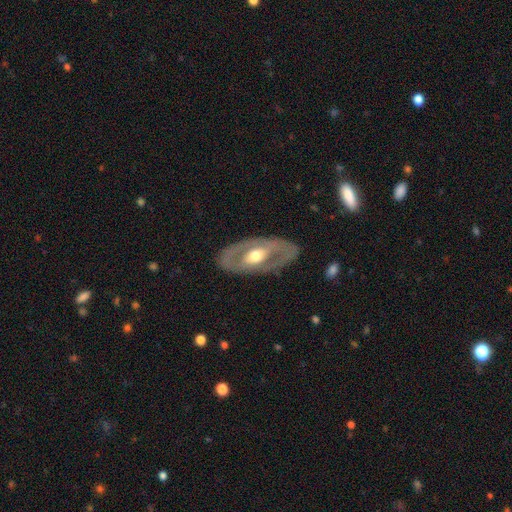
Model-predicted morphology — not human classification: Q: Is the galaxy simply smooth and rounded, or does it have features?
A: featured or disk — 70%.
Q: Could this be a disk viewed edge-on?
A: no — 87%.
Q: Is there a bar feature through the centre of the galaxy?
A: no — 56%.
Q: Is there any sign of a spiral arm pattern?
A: no — 63%.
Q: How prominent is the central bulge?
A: moderate — 71%.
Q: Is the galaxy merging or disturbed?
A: none — 82%.